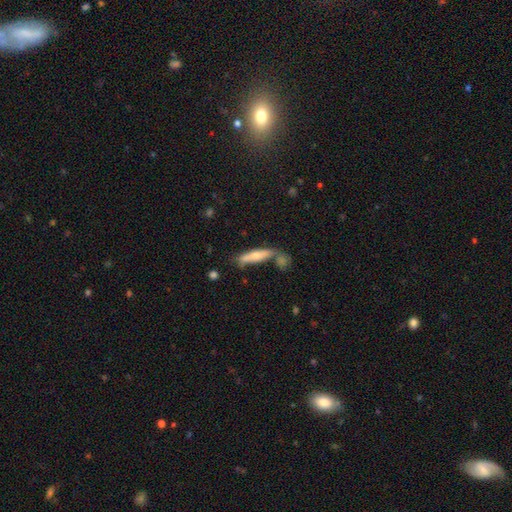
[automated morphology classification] This appears to be a smooth galaxy with no disk features (62%) that is cigar-shaped (76%). Merging: none (52%).